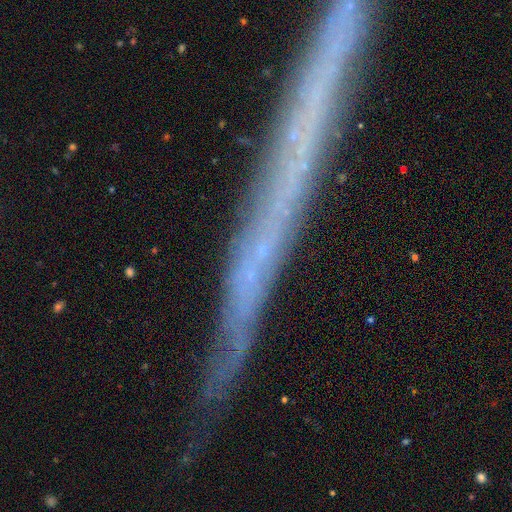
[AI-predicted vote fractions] smooth_or_featured: featured or disk (p=0.52) [alt: smooth p=0.29]
disk_edge_on: yes (p=0.79) [alt: no p=0.21]
merging: none (p=0.80) [alt: minor disturbance p=0.13]